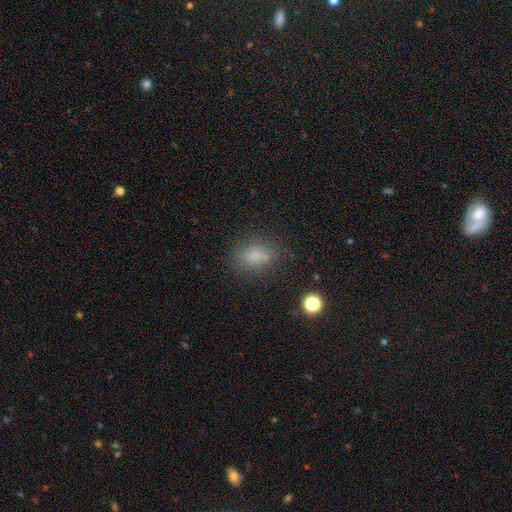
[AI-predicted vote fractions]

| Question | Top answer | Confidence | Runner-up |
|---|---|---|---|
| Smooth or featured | smooth | 77% | star or artifact (14%) |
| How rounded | in between | 63% | round (35%) |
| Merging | none | 70% | minor disturbance (17%) |